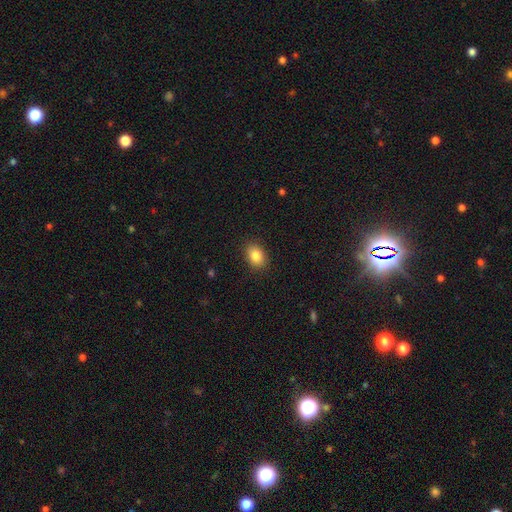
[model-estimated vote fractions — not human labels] A smooth galaxy with no disk features (85%) that is in between round and cigar-shaped (73%). Merging: none (88%).